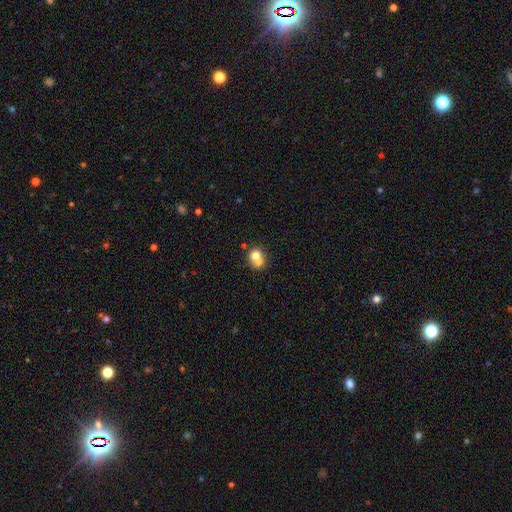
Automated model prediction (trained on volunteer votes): A smooth galaxy with no disk features (70%) that is round (77%). Merging: merger (56%).